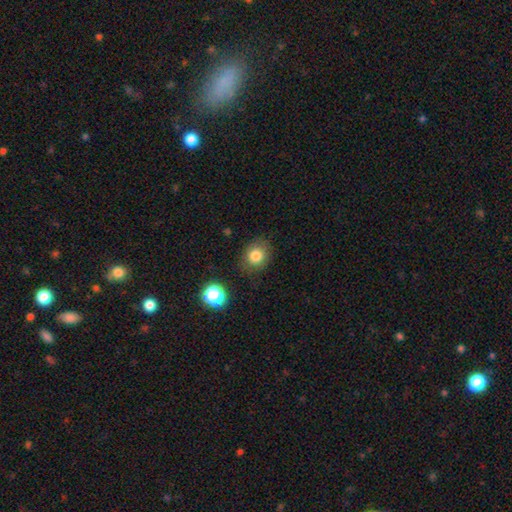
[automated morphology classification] The model was most divided on "how rounded": round: 71%, in between: 28%, cigar-shaped: 1%. More confident: merging — none (81%); smooth or featured — smooth (81%).